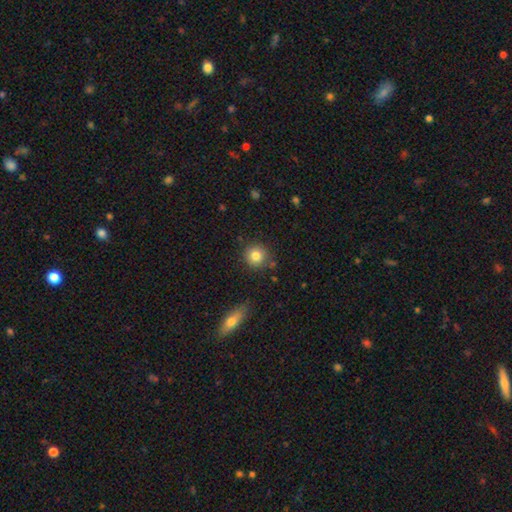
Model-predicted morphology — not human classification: Smooth or featured? smooth (83%)
How rounded? round (92%)
Merging? none (84%)